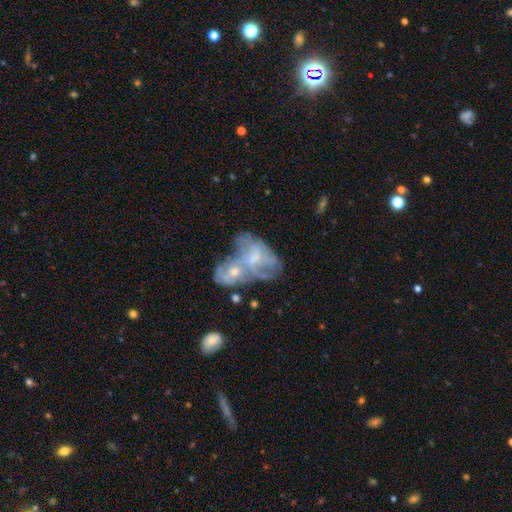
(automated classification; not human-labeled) Smooth or featured? Predicted: featured or disk (p=0.62). Edge-on disk? Predicted: no (p=0.96). Bar? Predicted: no (p=0.73). Spiral arms? Predicted: no (p=0.51). Bulge size? Predicted: small (p=0.43). Merging? Predicted: merger (p=0.67).